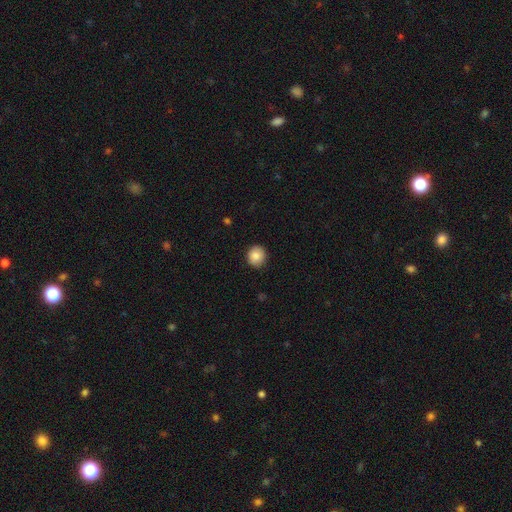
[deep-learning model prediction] Overall: smooth (87%). How rounded: round (88%). Merging: none (88%).